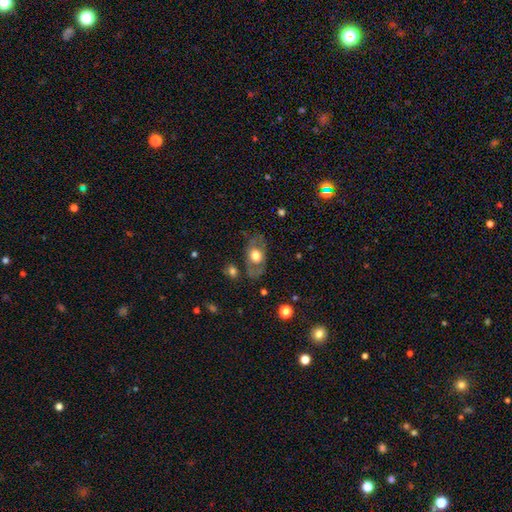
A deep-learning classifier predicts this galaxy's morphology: The model was most divided on "smooth or featured": smooth: 52%, featured or disk: 41%, star or artifact: 7%. More confident: how rounded — in between (81%); merging — none (68%).